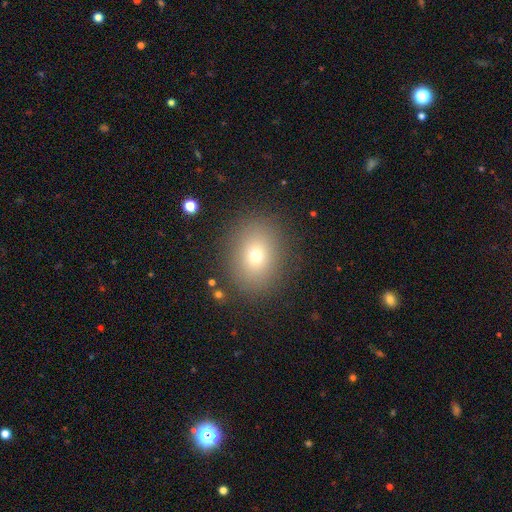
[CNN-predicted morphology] This appears to be a smooth galaxy with no disk features (70%) that is round (53%). Merging: none (86%).